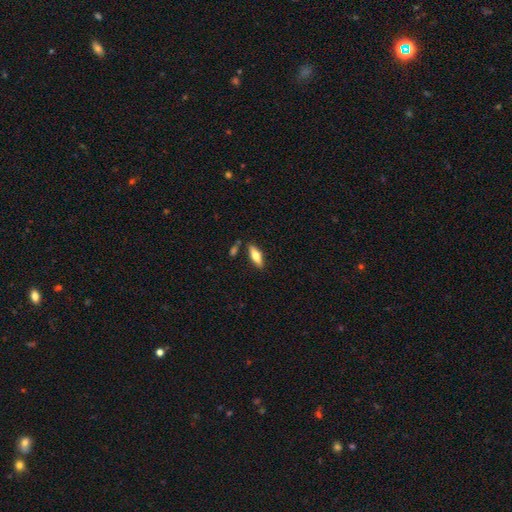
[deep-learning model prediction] Smooth or featured?
  - smooth: 61% *
  - featured or disk: 33%
  - star or artifact: 6%
How rounded?
  - in between: 50% *
  - cigar-shaped: 48%
  - round: 2%
Merging?
  - none: 79% *
  - minor disturbance: 12%
  - merger: 6%
  - major disturbance: 3%